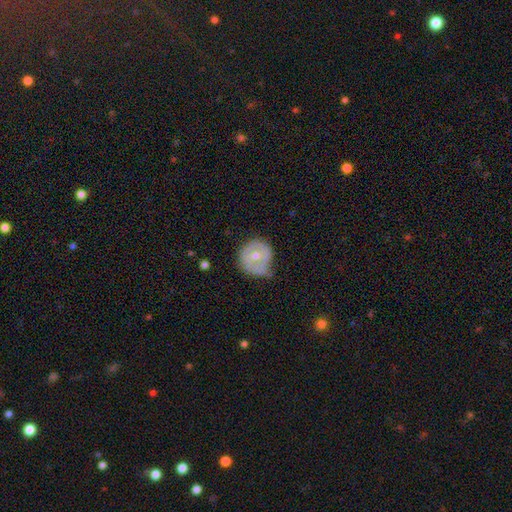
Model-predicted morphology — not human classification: A smooth galaxy with no disk features (50%) that is round (88%).

Vote fractions:
- Smooth or featured? smooth: 50% / featured or disk: 43% / star or artifact: 7%
- How rounded? round: 88% / in between: 11% / cigar-shaped: 1%
- Merging? none: 48% / minor disturbance: 36% / major disturbance: 11% / merger: 4%